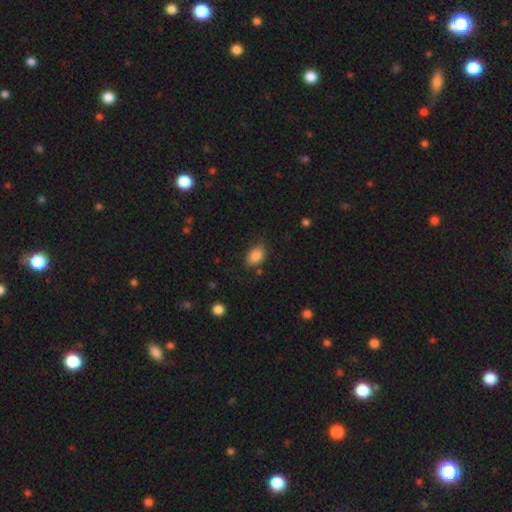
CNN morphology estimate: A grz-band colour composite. It shows a smooth galaxy with no disk features (86%) that is in between round and cigar-shaped (81%). Merging: none (74%).